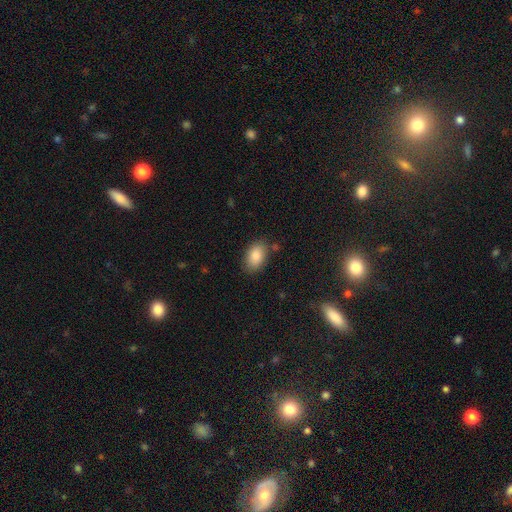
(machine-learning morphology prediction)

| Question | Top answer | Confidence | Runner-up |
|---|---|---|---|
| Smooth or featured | smooth | 86% | star or artifact (7%) |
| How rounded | in between | 90% | round (9%) |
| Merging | none | 81% | minor disturbance (13%) |